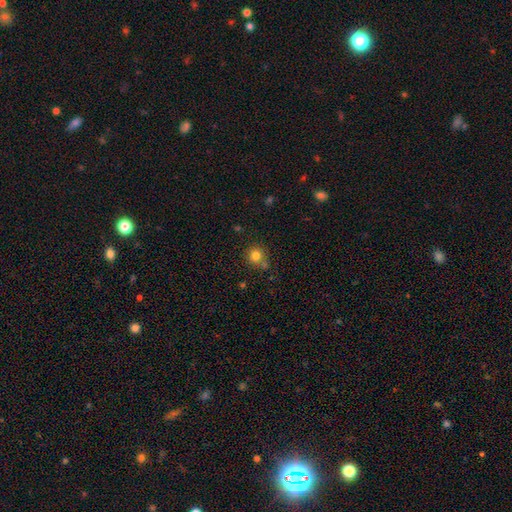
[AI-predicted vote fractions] Q: Smooth or featured?
A: smooth (80%); runner-up: star or artifact (13%)
Q: How rounded?
A: round (91%); runner-up: in between (8%)
Q: Merging?
A: none (72%); runner-up: merger (13%)